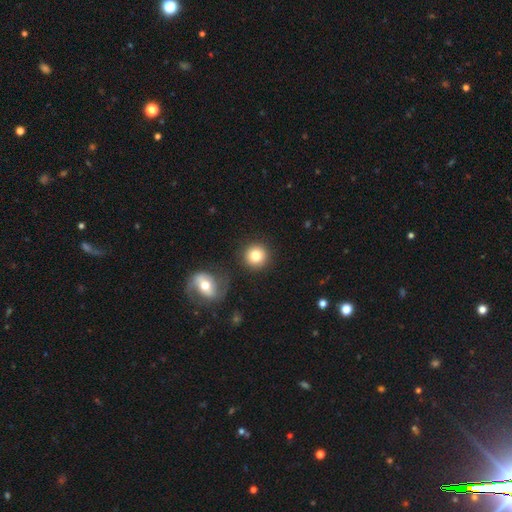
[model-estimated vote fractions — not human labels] smooth-or-featured: smooth: 81% | featured or disk: 10% | star or artifact: 9%
  how-rounded: round: 93% | in between: 6% | cigar-shaped: 1%
  merging: none: 84% | minor disturbance: 7% | merger: 6% | major disturbance: 3%